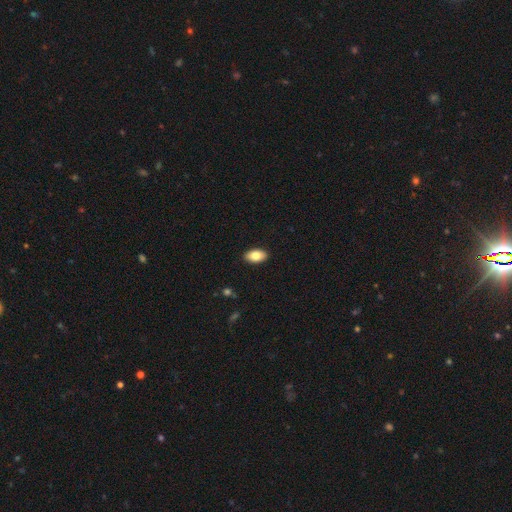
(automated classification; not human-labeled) smooth 82%, featured or disk 12%, star or artifact 7%. Down the decision tree: how rounded — in between (94%); merging — none (90%).